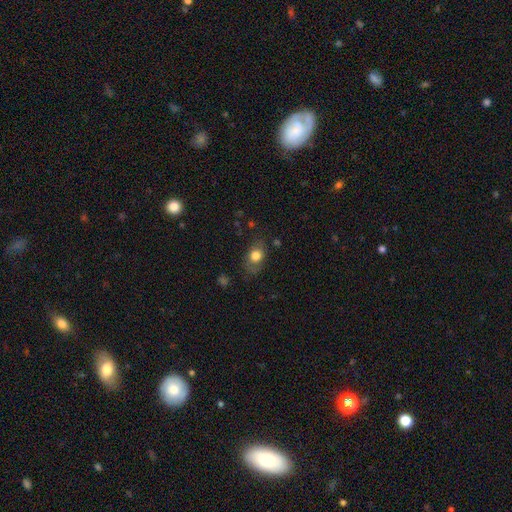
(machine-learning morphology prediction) This is likely a smooth galaxy (76%). How rounded: likely in between (69%). Merging: likely none (67%).